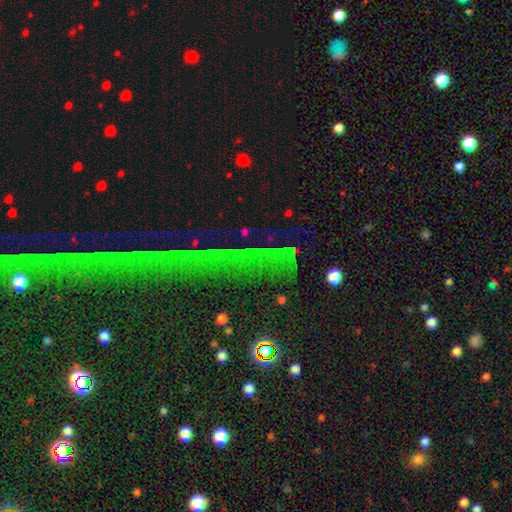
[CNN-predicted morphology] smooth_or_featured: star or artifact (p=0.79) [alt: smooth p=0.11]